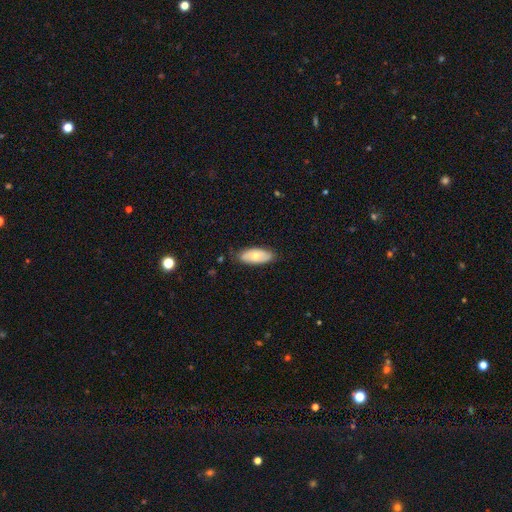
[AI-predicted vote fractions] smooth_or_featured: smooth (p=0.61) [alt: featured or disk p=0.33]
how_rounded: in between (p=0.87) [alt: cigar-shaped p=0.10]
merging: none (p=0.78) [alt: minor disturbance p=0.18]